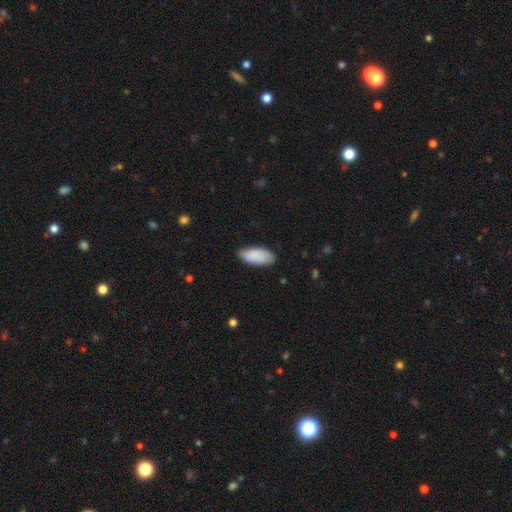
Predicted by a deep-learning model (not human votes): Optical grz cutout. It shows a smooth galaxy with no disk features (86%) that is in between round and cigar-shaped (89%). Merging: none (76%).